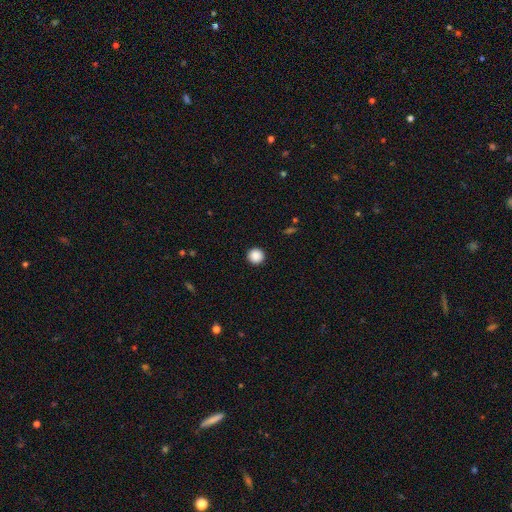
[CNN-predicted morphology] A smooth galaxy with no disk features (88%) that is round (96%).

Vote fractions:
- Smooth or featured? smooth: 88% / star or artifact: 9% / featured or disk: 2%
- How rounded? round: 96% / in between: 3% / cigar-shaped: 1%
- Merging? none: 93% / minor disturbance: 4% / major disturbance: 2% / merger: 1%